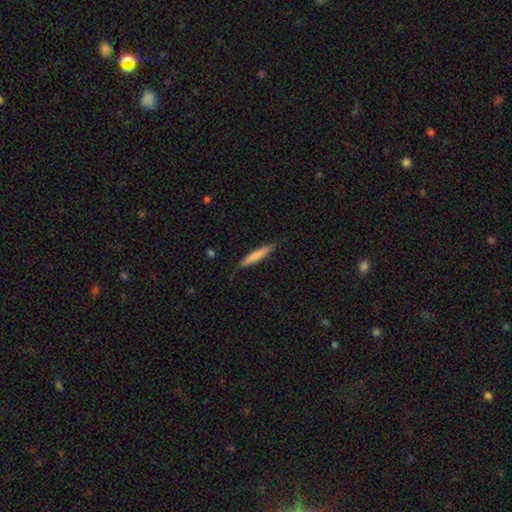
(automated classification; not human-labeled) Smooth or featured: smooth — 76% (featured or disk — 19%)
How rounded: cigar-shaped — 93% (in between — 6%)
Merging: none — 85% (minor disturbance — 12%)